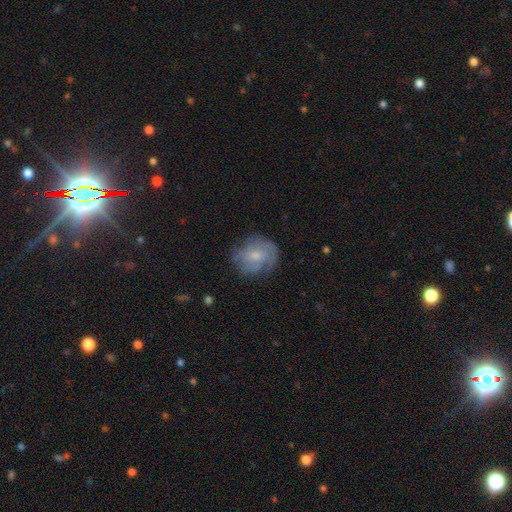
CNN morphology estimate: Overall: featured or disk (54%; smooth 38%). Edge-on disk: no (97%). Bar: no (73%). Spiral arms: yes (70%; no 30%). Bulge size: small (52%; moderate 39%). Merging: none (63%; minor disturbance 24%).